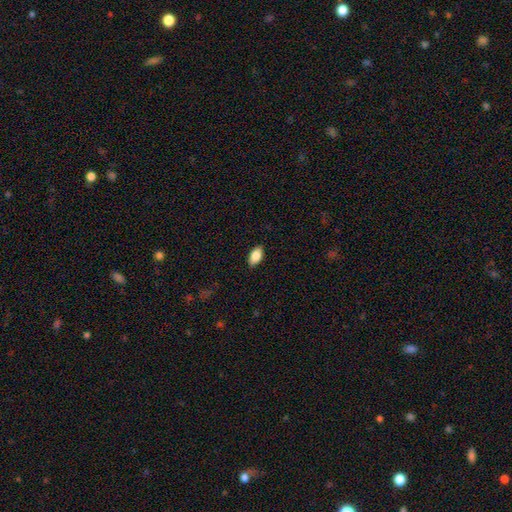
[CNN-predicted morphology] type=smooth (85%); roundness=in between (93%); merging=none (88%).